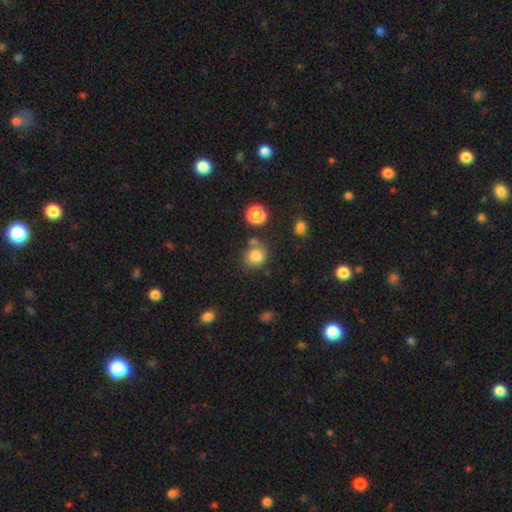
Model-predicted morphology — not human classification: type=smooth (77%); roundness=round (68%); merging=none (58%).